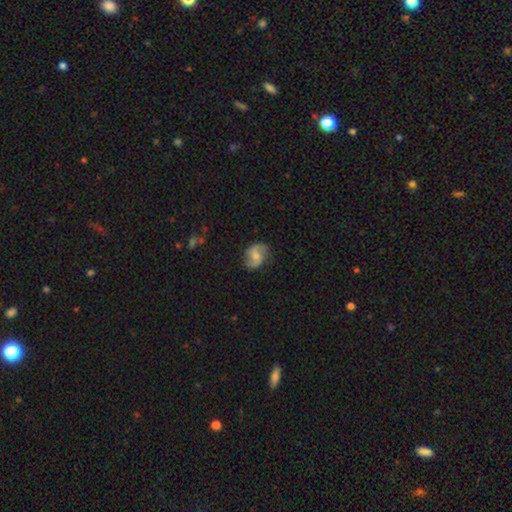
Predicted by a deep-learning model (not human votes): Q: Smooth or featured?
A: featured or disk (59%); runner-up: smooth (34%)
Q: Edge-on disk?
A: no (97%); runner-up: yes (3%)
Q: Bar?
A: no (44%); runner-up: weak (43%)
Q: Spiral arms?
A: yes (86%); runner-up: no (14%)
Q: Bulge size?
A: moderate (52%); runner-up: small (39%)
Q: Merging?
A: none (75%); runner-up: minor disturbance (18%)